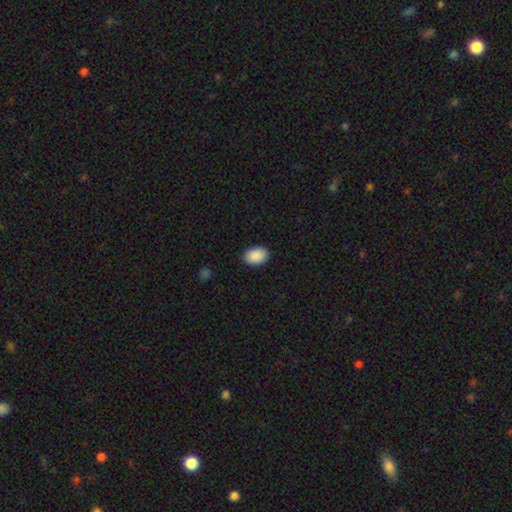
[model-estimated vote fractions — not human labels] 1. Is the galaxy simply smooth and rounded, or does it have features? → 91% smooth, 6% star or artifact, 3% featured or disk.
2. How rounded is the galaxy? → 88% in between, 11% round, 1% cigar-shaped.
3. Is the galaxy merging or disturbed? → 90% none, 8% minor disturbance, 2% major disturbance, 1% merger.